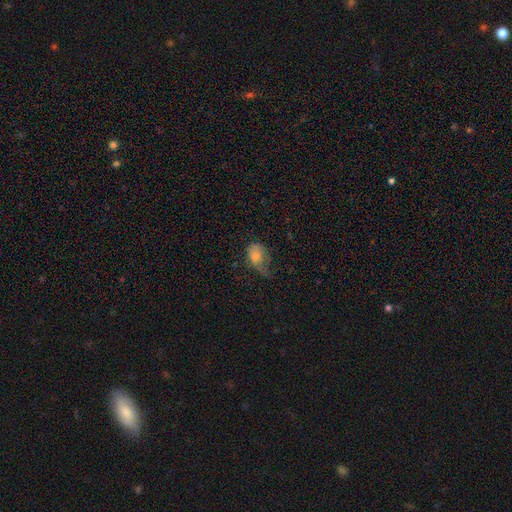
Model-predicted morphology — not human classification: Smooth or featured?
  - smooth: 73% *
  - featured or disk: 18%
  - star or artifact: 9%
How rounded?
  - in between: 77% *
  - round: 21%
  - cigar-shaped: 2%
Merging?
  - major disturbance: 36% *
  - minor disturbance: 35%
  - none: 26%
  - merger: 3%